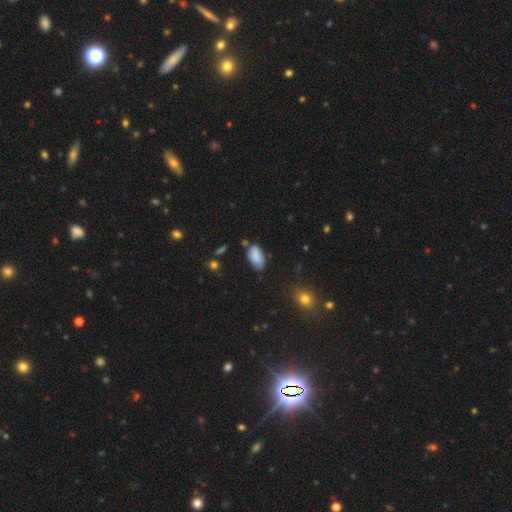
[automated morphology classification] A smooth galaxy with no disk features (81%) that is in between round and cigar-shaped (93%).

Vote fractions:
- Smooth or featured? smooth: 81% / featured or disk: 11% / star or artifact: 8%
- How rounded? in between: 93% / round: 4% / cigar-shaped: 3%
- Merging? none: 57% / minor disturbance: 31% / major disturbance: 6% / merger: 5%